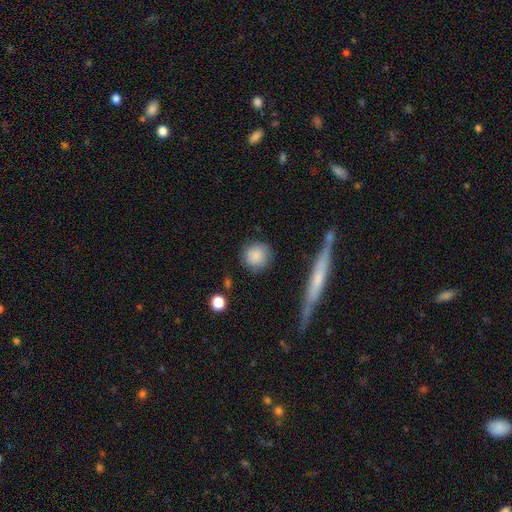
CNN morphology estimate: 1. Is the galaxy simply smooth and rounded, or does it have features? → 84% smooth, 9% featured or disk, 7% star or artifact.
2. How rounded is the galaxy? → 89% round, 9% in between, 2% cigar-shaped.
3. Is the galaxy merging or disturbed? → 81% none, 12% minor disturbance, 4% major disturbance, 3% merger.